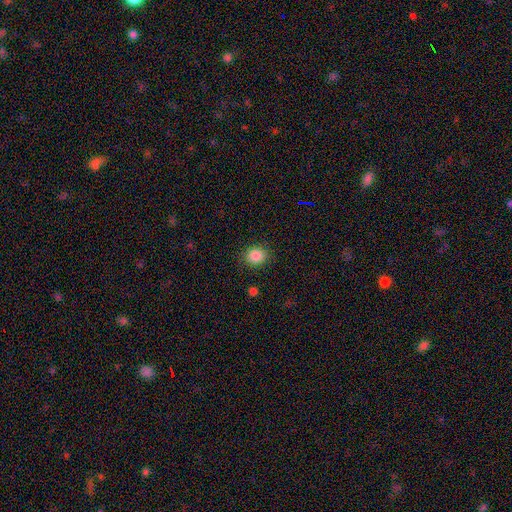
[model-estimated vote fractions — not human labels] smooth_or_featured: smooth (p=0.86) [alt: star or artifact p=0.10]
how_rounded: round (p=0.73) [alt: in between p=0.26]
merging: none (p=0.87) [alt: minor disturbance p=0.09]